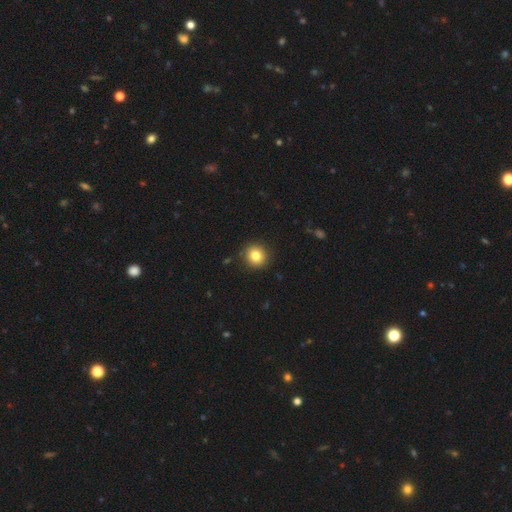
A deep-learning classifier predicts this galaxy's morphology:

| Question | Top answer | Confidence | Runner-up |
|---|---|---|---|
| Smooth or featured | smooth | 82% | star or artifact (11%) |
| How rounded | round | 92% | in between (7%) |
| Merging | none | 91% | minor disturbance (6%) |